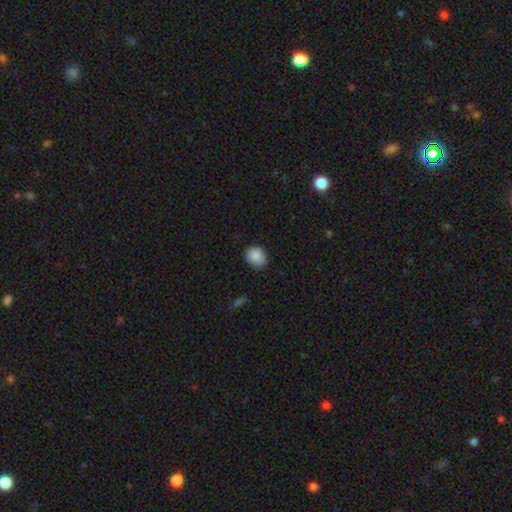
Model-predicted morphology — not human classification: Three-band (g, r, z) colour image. It shows a smooth galaxy with no disk features (86%) that is round (68%). Merging: none (82%).